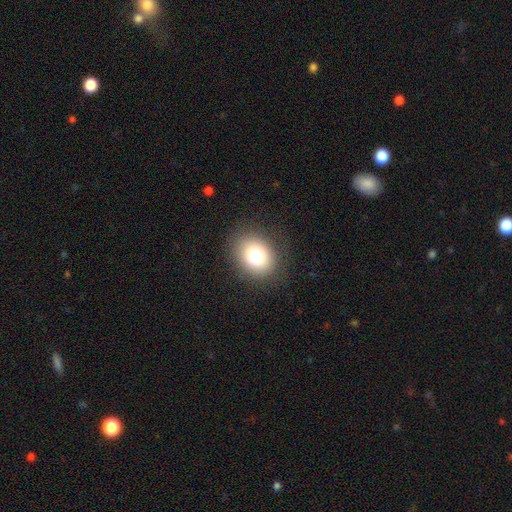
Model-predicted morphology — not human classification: Smooth or featured? Predicted: smooth (p=0.78). How rounded? Predicted: round (p=0.54). Merging? Predicted: none (p=0.86).